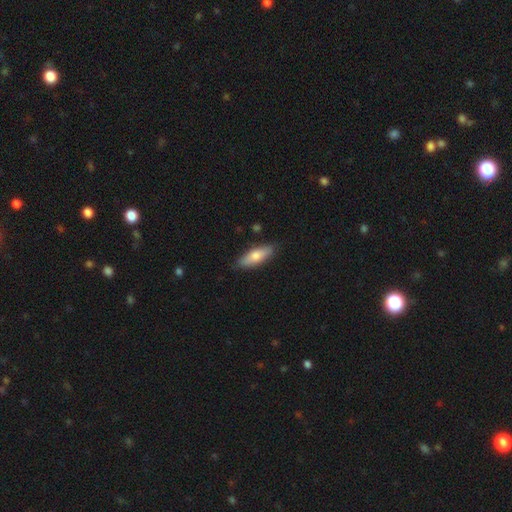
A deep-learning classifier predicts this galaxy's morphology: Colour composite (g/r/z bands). It shows a smooth galaxy with no disk features (71%) that is in between round and cigar-shaped (59%). Merging: none (85%).